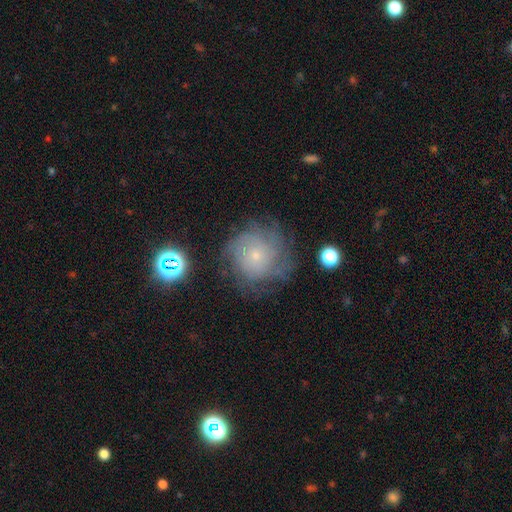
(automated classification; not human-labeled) Smooth or featured? featured or disk (52%)
Edge-on disk? no (97%)
Bar? no (86%)
Spiral arms? yes (78%)
Bulge size? small (80%)
Merging? none (66%)